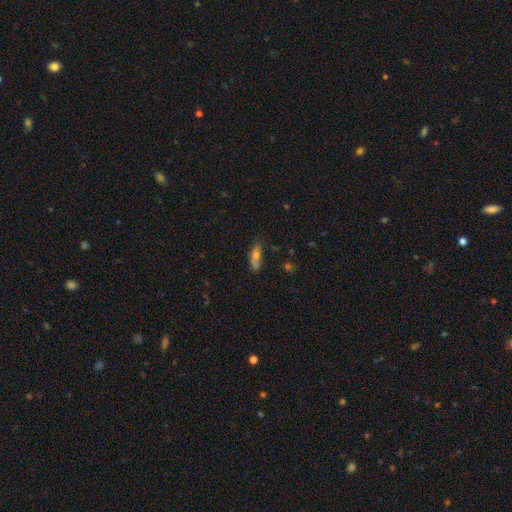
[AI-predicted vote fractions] Smooth or featured? smooth (62%)
How rounded? in between (54%)
Merging? none (57%)